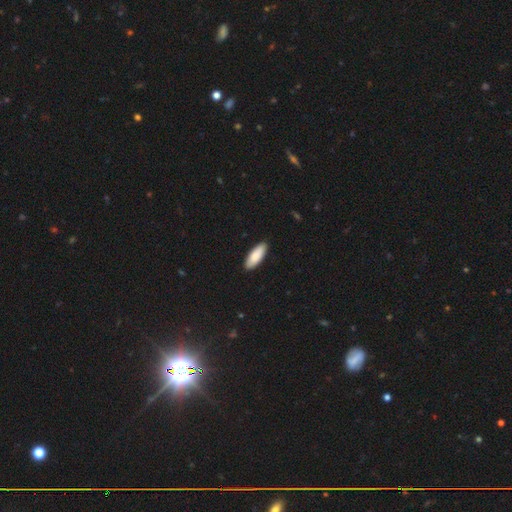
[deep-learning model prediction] Overall: smooth (88%). How rounded: in between (68%; cigar-shaped 30%). Merging: none (90%).